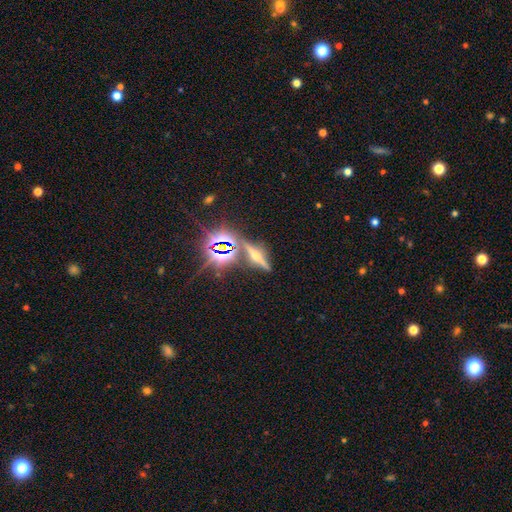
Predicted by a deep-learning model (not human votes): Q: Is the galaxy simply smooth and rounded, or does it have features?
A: featured or disk — 54%.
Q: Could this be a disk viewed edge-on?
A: yes — 92%.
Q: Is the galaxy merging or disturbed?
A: none — 82%.